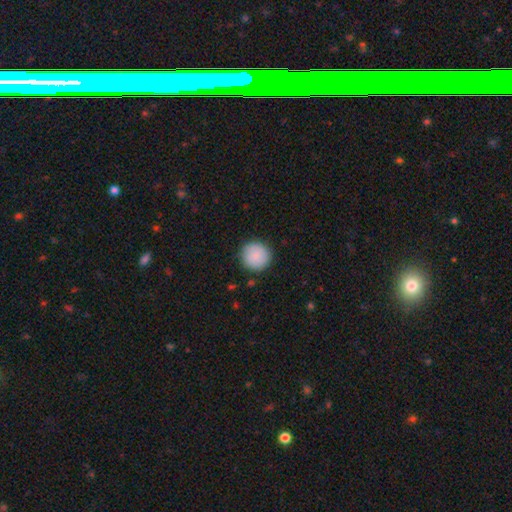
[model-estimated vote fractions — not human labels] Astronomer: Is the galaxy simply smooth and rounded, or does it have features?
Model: smooth — 87%.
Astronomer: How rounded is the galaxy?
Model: round — 95%.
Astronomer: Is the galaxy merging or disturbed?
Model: none — 89%.